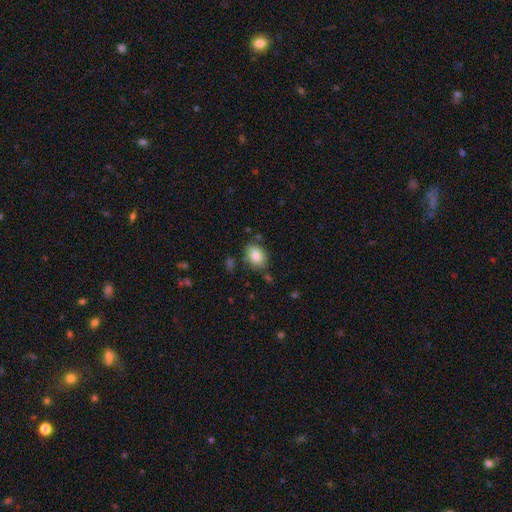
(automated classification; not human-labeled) Overall: smooth (83%). How rounded: in between (71%). Merging: none (80%).